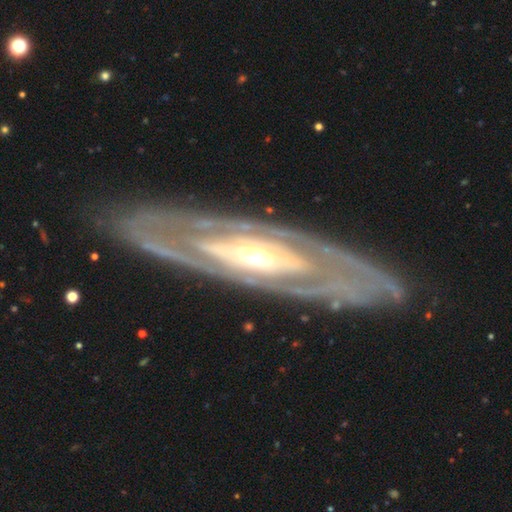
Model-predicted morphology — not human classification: Smooth or featured: featured or disk — 86% (smooth — 9%)
Edge-on disk: no — 74% (yes — 26%)
Bar: no — 65% (weak — 20%)
Spiral arms: yes — 66% (no — 34%)
Bulge size: moderate — 66% (small — 19%)
Merging: none — 82% (minor disturbance — 12%)